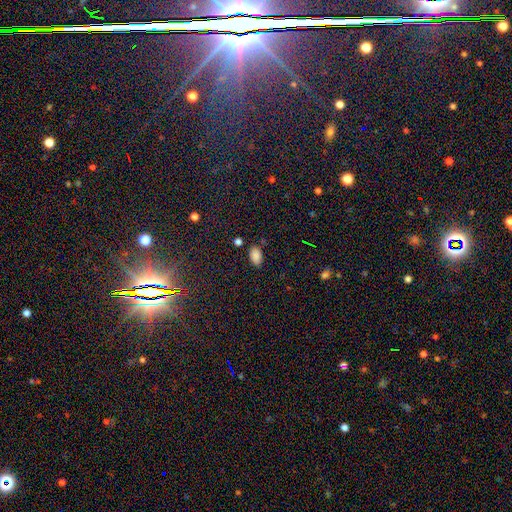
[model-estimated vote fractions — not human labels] A smooth galaxy with no disk features (86%) that is in between round and cigar-shaped (93%). Merging: none (81%).